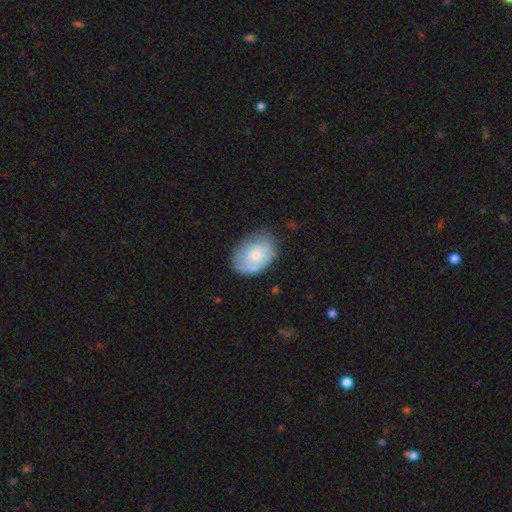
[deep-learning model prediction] Smooth or featured: smooth — 65% (featured or disk — 28%)
How rounded: in between — 78% (round — 21%)
Merging: none — 67% (minor disturbance — 24%)